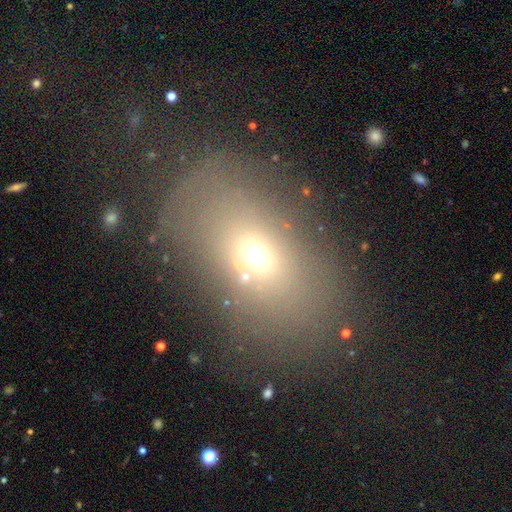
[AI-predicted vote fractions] Smooth or featured? Predicted: smooth (p=0.57). How rounded? Predicted: in between (p=0.72). Merging? Predicted: none (p=0.60).